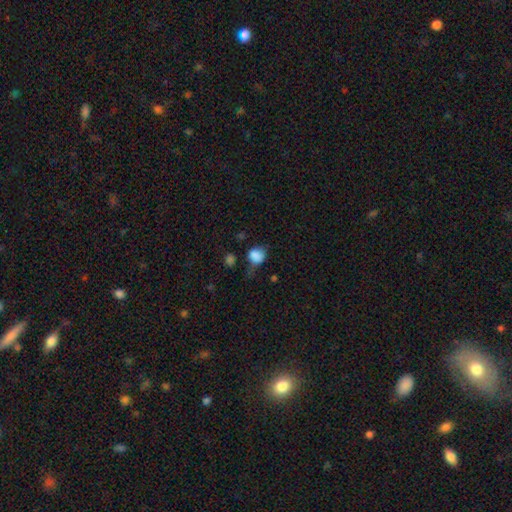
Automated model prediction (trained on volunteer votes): This is clearly a smooth galaxy (82%). How rounded: likely round (69%). Merging: marginally none (45%).